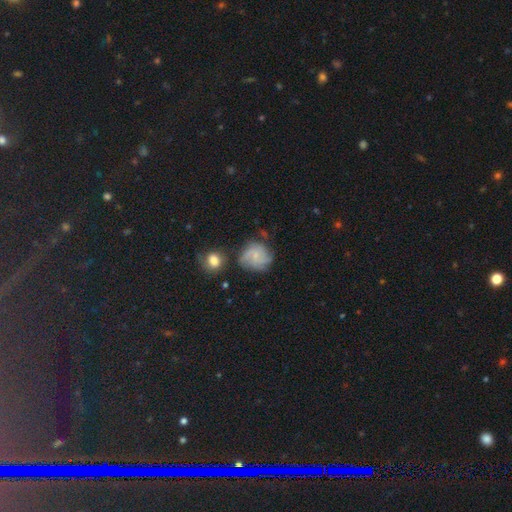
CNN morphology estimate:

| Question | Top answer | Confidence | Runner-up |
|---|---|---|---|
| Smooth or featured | featured or disk | 60% | smooth (31%) |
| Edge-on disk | no | 98% | yes (2%) |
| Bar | no | 68% | weak (28%) |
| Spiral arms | yes | 89% | no (11%) |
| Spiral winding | tight | 42% | medium (41%) |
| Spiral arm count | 3 | 31% | can't tell (30%) |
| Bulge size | small | 65% | none (17%) |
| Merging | none | 63% | minor disturbance (22%) |